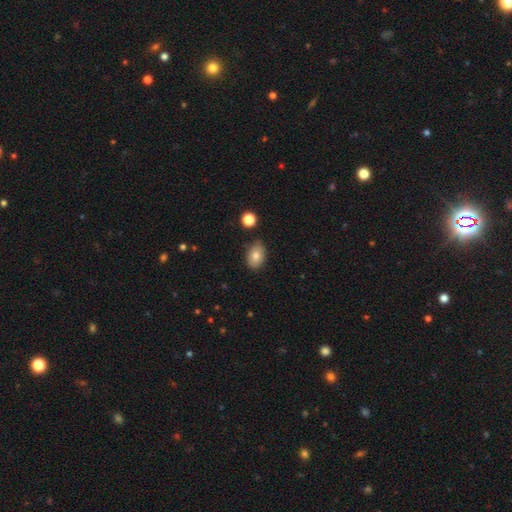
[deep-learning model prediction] A smooth galaxy with no disk features (80%) that is in between round and cigar-shaped (82%). Merging: none (79%).